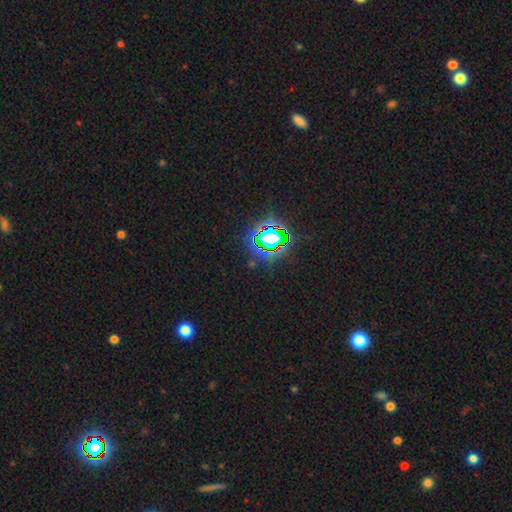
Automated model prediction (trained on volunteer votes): Morphology: type=star or artifact (83%).